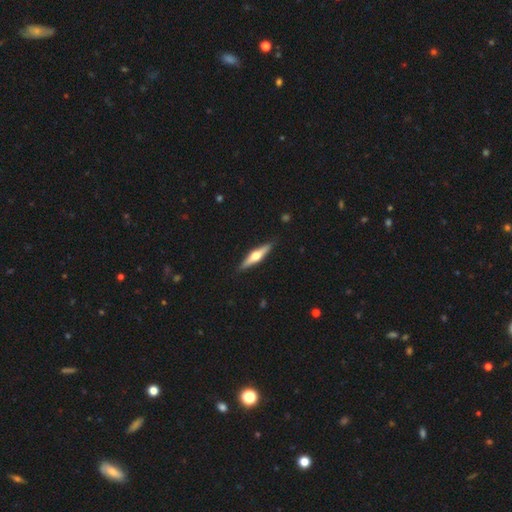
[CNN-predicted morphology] Q: Smooth or featured?
A: featured or disk (61%); runner-up: smooth (34%)
Q: Edge-on disk?
A: yes (96%); runner-up: no (4%)
Q: Edge-on bulge?
A: rounded (95%); runner-up: boxy (3%)
Q: Merging?
A: none (90%); runner-up: minor disturbance (8%)